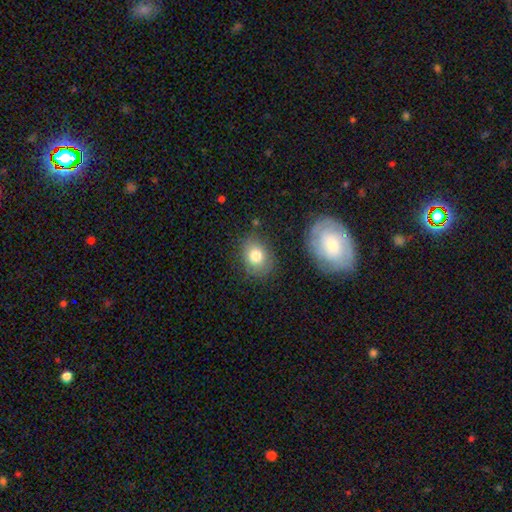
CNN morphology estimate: Smooth or featured? Predicted: smooth (p=0.78). How rounded? Predicted: in between (p=0.50). Merging? Predicted: none (p=0.77).